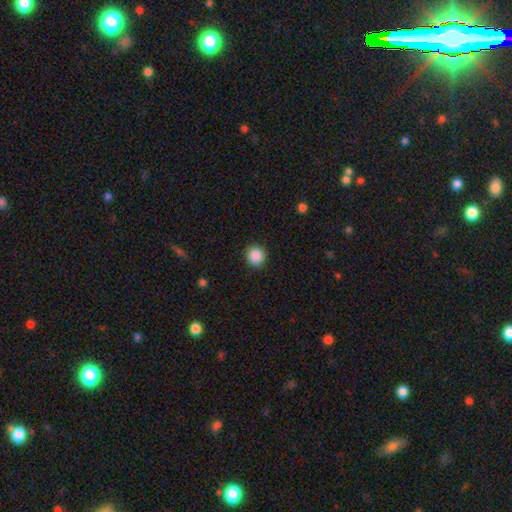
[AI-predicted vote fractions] Overall: smooth (89%). How rounded: round (91%). Merging: none (92%).